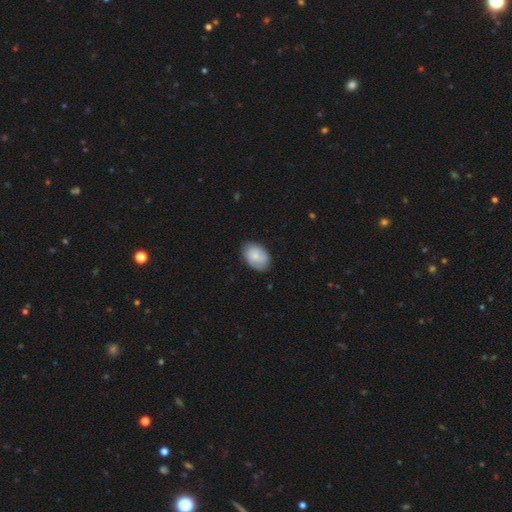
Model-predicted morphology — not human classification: This appears to be a smooth galaxy with no disk features (72%) that is in between round and cigar-shaped (84%). Merging: none (78%).